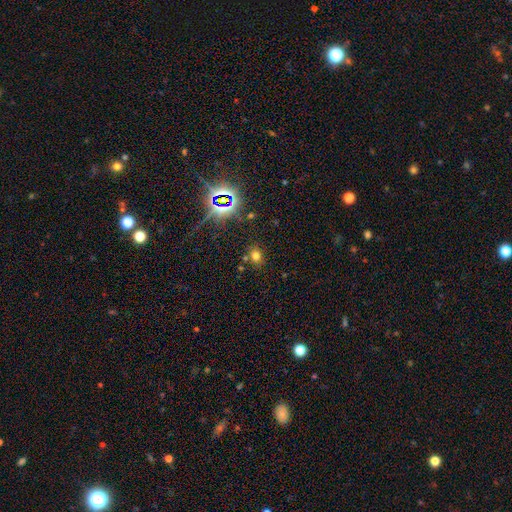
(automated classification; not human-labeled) Overall: smooth (64%; star or artifact 27%). How rounded: round (57%; in between 41%). Merging: none (79%).